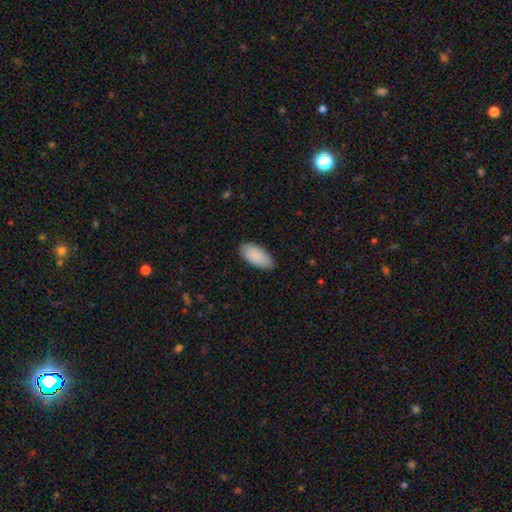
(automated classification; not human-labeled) Smooth or featured?
  - smooth: 90% *
  - star or artifact: 5%
  - featured or disk: 4%
How rounded?
  - in between: 92% *
  - cigar-shaped: 6%
  - round: 2%
Merging?
  - none: 86% *
  - minor disturbance: 11%
  - major disturbance: 2%
  - merger: 1%